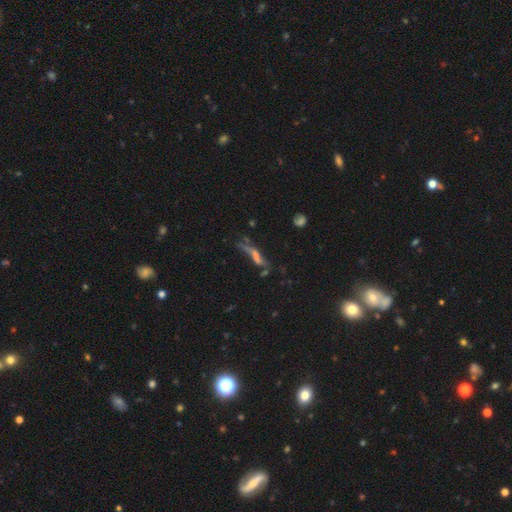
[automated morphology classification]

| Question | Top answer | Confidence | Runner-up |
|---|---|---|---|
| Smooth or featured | featured or disk | 48% | smooth (34%) |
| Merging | none | 40% | major disturbance (25%) |